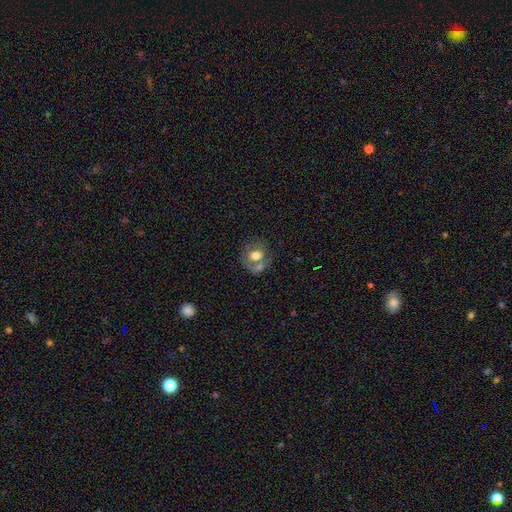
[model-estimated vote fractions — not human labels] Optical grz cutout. It shows a smooth galaxy with no disk features (55%) that is round (67%). Merging: none (43%).